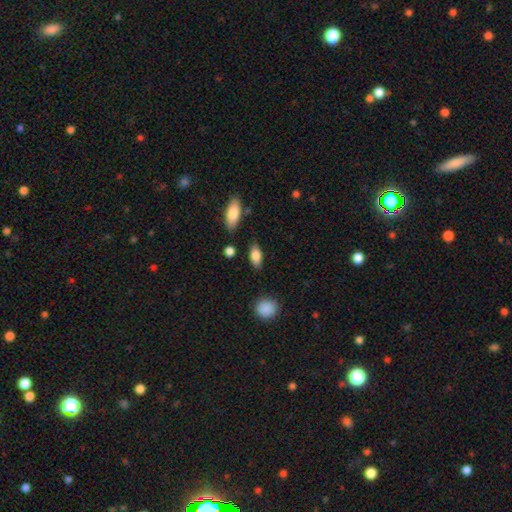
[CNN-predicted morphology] smooth-or-featured: smooth: 82% | featured or disk: 11% | star or artifact: 7%
  how-rounded: in between: 85% | cigar-shaped: 10% | round: 5%
  merging: none: 80% | minor disturbance: 13% | merger: 3% | major disturbance: 3%